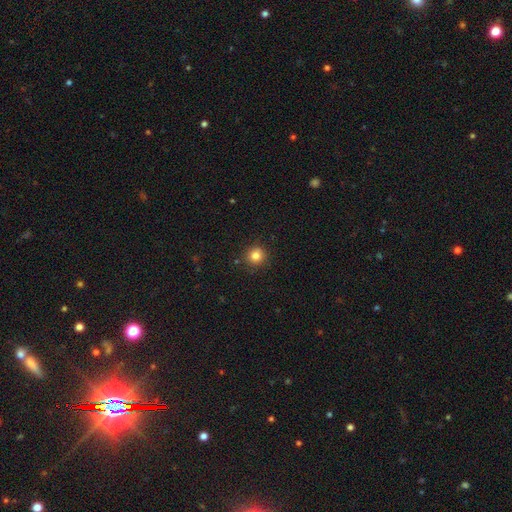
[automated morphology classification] smooth 82%, star or artifact 12%, featured or disk 6%. Down the decision tree: how rounded — round (93%); merging — none (90%).